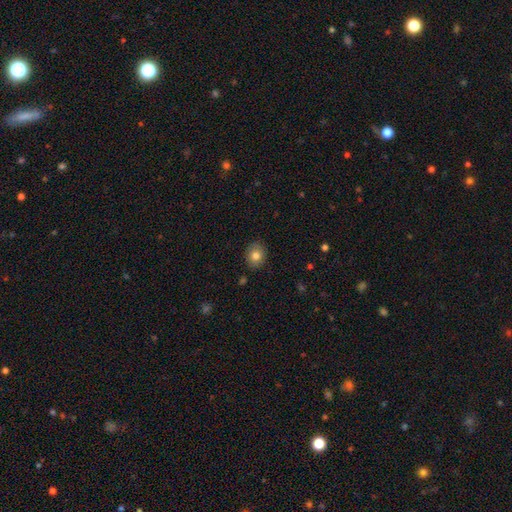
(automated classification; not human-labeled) This appears to be a smooth galaxy with no disk features (79%) that is round (65%). Merging: none (88%).